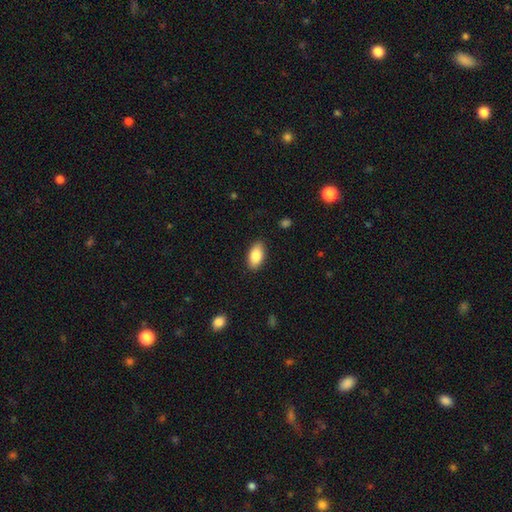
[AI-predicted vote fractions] The model was most divided on "smooth or featured": smooth: 85%, featured or disk: 8%, star or artifact: 6%. More confident: how rounded — in between (93%); merging — none (88%).